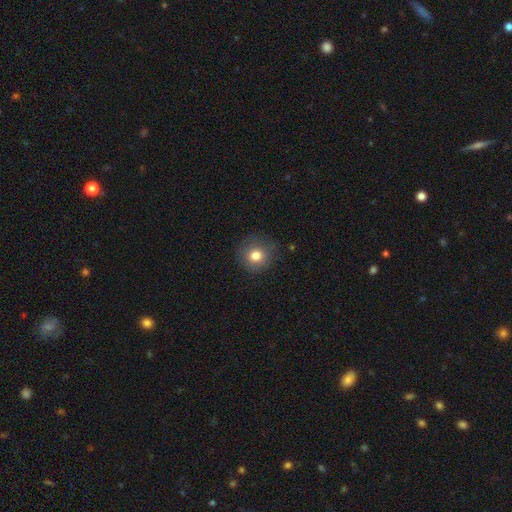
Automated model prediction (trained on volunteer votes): Smooth or featured? Predicted: smooth (p=0.80). How rounded? Predicted: round (p=0.87). Merging? Predicted: none (p=0.83).